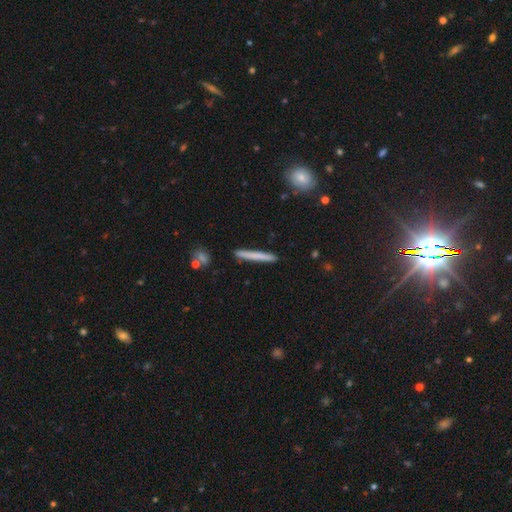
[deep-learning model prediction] Smooth or featured: smooth — 68% (featured or disk — 26%)
How rounded: cigar-shaped — 97% (in between — 2%)
Merging: none — 90% (minor disturbance — 7%)